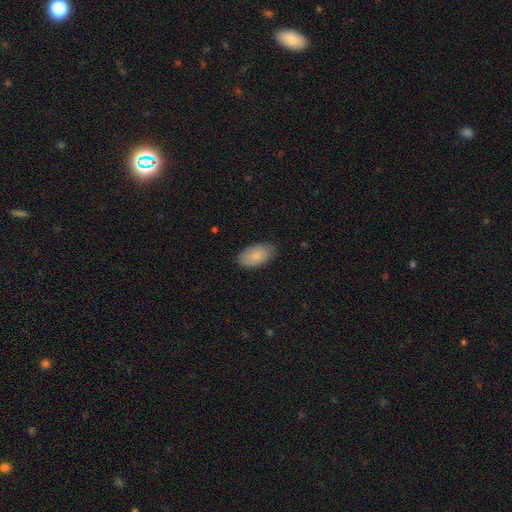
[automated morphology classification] A smooth galaxy with no disk features (85%) that is in between round and cigar-shaped (95%). Merging: none (84%).